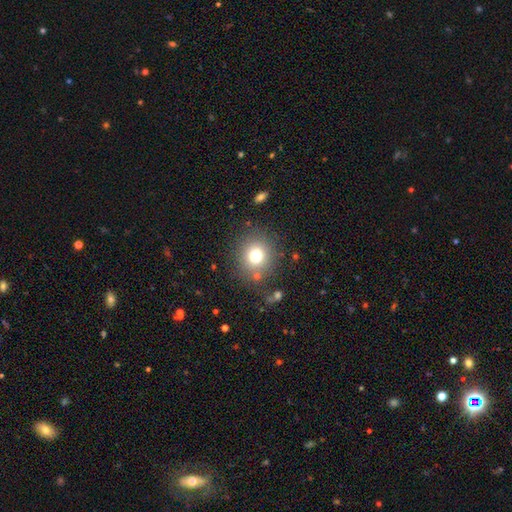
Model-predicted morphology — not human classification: This is likely a smooth galaxy (75%). How rounded: clearly round (89%). Merging: clearly none (82%).